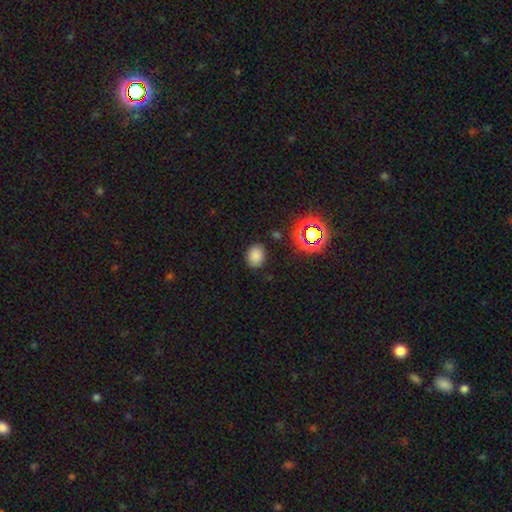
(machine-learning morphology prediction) type=smooth (78%); roundness=in between (50%); merging=none (84%).